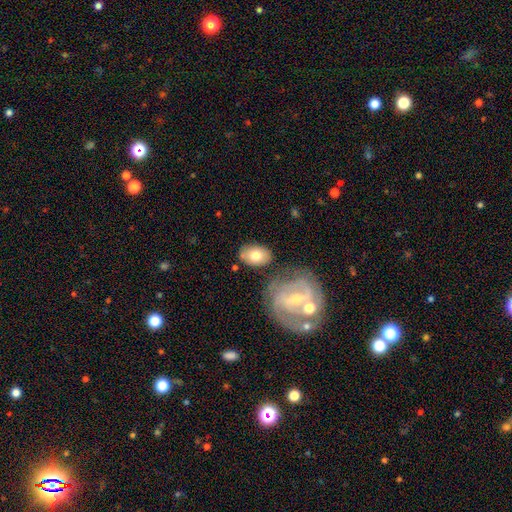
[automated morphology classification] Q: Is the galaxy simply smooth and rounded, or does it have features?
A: smooth — 68%.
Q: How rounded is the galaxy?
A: in between — 84%.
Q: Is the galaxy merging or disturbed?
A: none — 71%.